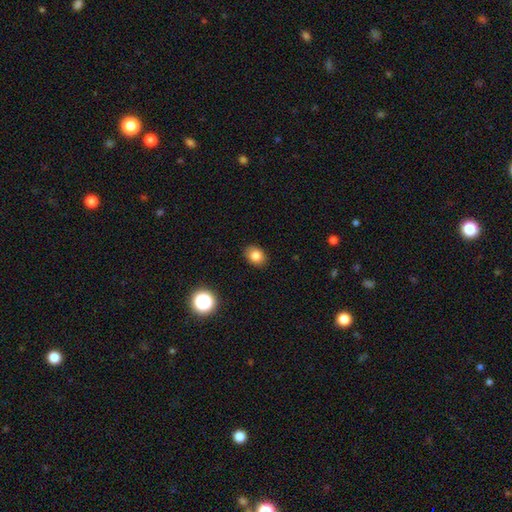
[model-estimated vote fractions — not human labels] A smooth galaxy with no disk features (81%) that is in between round and cigar-shaped (62%). Merging: none (89%).